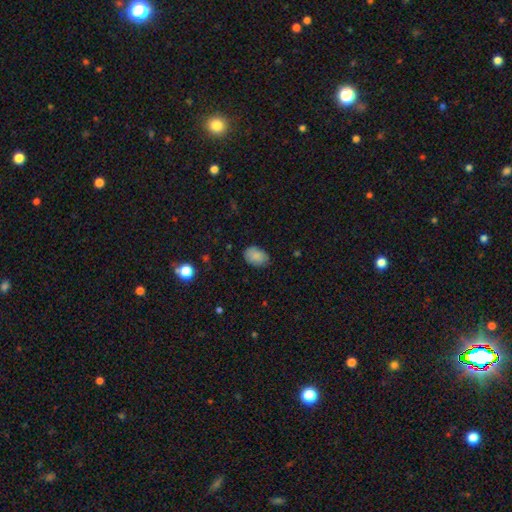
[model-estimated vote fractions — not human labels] Morphology: type=smooth (86%); roundness=in between (82%); merging=none (78%).